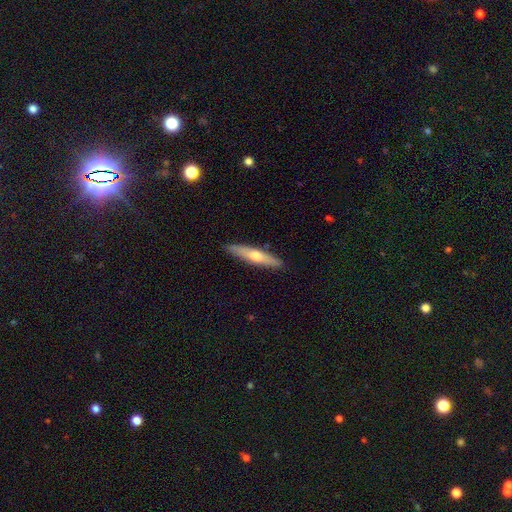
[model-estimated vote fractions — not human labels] This appears to be a smooth galaxy with no disk features (49%). Merging: none (88%).